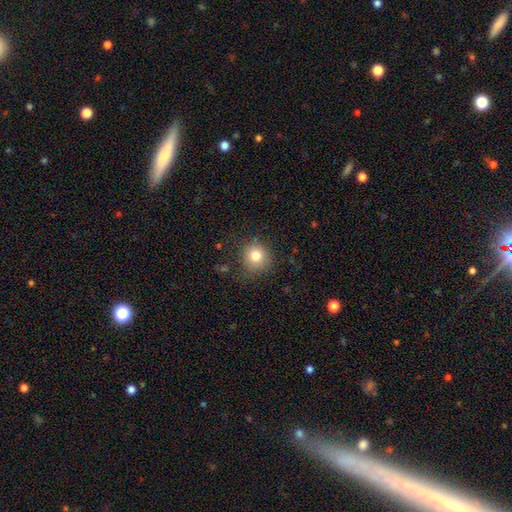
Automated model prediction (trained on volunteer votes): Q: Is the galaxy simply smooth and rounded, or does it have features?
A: smooth — 79%.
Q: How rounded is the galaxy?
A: round — 91%.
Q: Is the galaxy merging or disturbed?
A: none — 79%.